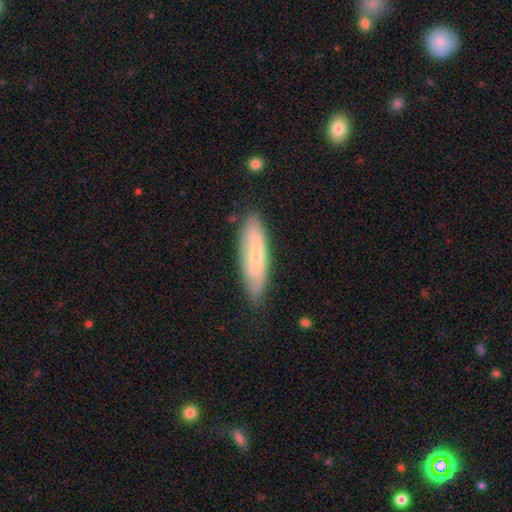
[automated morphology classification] smooth-or-featured: smooth: 56% | featured or disk: 37% | star or artifact: 6%
  how-rounded: cigar-shaped: 63% | in between: 35% | round: 2%
  merging: none: 78% | minor disturbance: 17% | major disturbance: 3% | merger: 2%